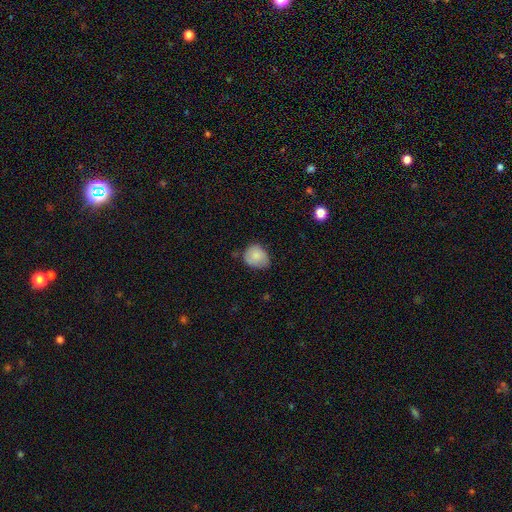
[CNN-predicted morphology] This is clearly a smooth galaxy (81%). How rounded: likely round (61%). Merging: possibly none (51%).